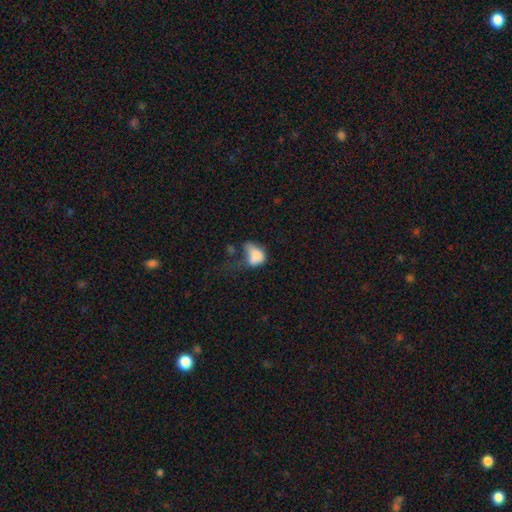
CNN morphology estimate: A smooth galaxy with no disk features (72%) that is in between round and cigar-shaped (79%). Merging: major disturbance (48%).